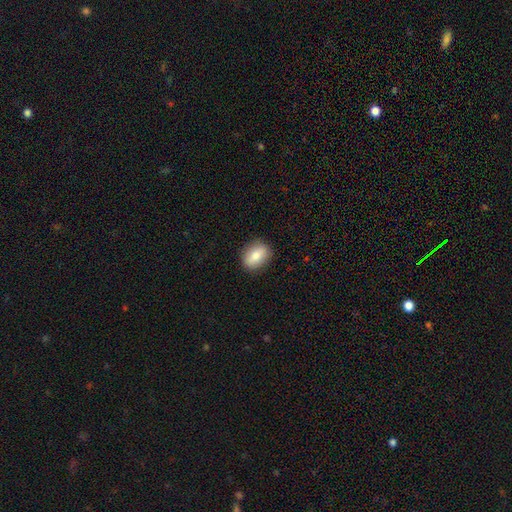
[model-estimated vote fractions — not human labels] Q: Smooth or featured?
A: smooth (76%); runner-up: featured or disk (17%)
Q: How rounded?
A: in between (70%); runner-up: round (27%)
Q: Merging?
A: none (87%); runner-up: minor disturbance (9%)